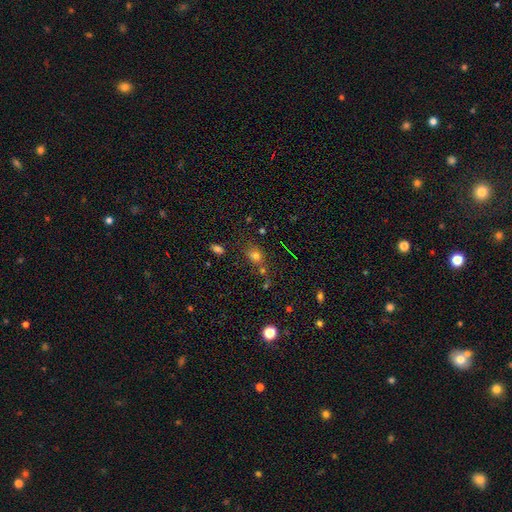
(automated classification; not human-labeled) This is likely a smooth galaxy (70%). How rounded: possibly round (60%). Merging: likely none (62%).